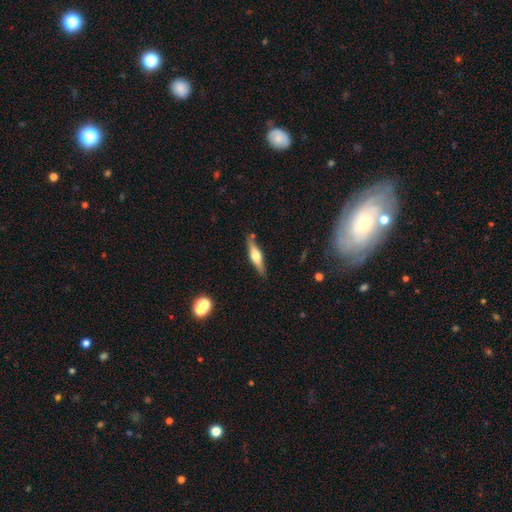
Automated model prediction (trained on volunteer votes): Morphology: type=featured or disk (53%); edge-on=yes (94%); edge-on bulge=rounded (89%); merging=none (83%).